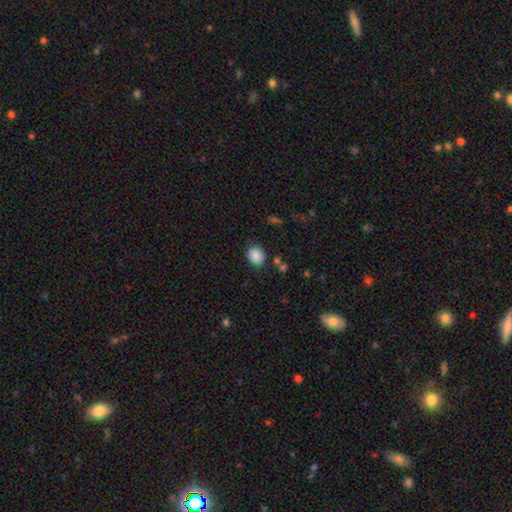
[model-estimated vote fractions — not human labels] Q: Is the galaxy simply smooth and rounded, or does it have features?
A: smooth — 87%.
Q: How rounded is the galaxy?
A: round — 56%.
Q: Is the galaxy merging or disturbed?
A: none — 82%.